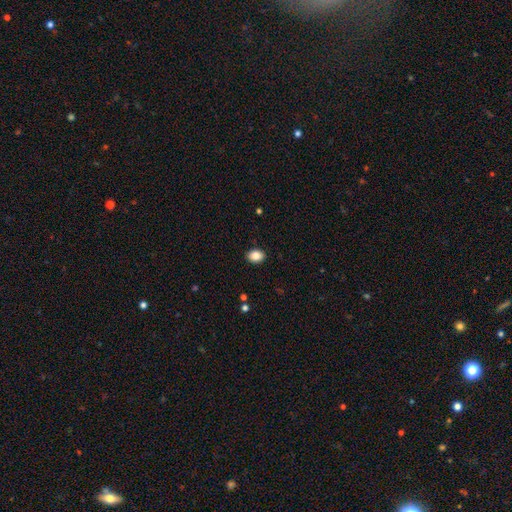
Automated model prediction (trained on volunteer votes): smooth-or-featured: smooth: 86% | star or artifact: 8% | featured or disk: 5%
  how-rounded: in between: 72% | round: 28% | cigar-shaped: 1%
  merging: none: 90% | minor disturbance: 7% | major disturbance: 2% | merger: 1%